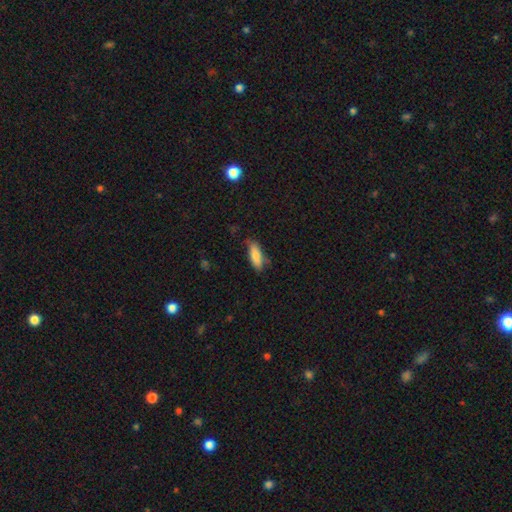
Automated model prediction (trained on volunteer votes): Overall: smooth (84%). How rounded: in between (65%; cigar-shaped 33%). Merging: none (74%).